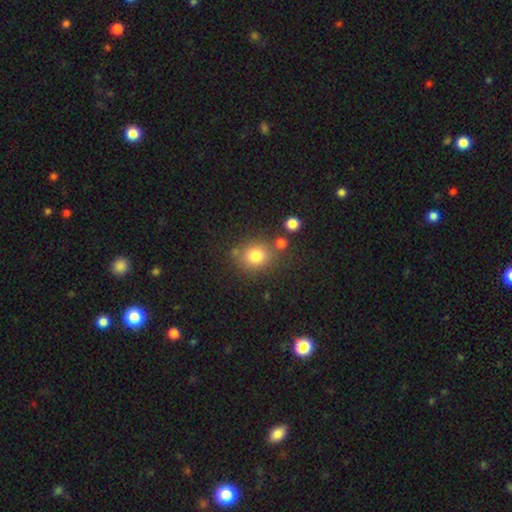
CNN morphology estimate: Overall: smooth (78%). How rounded: round (77%). Merging: none (73%).